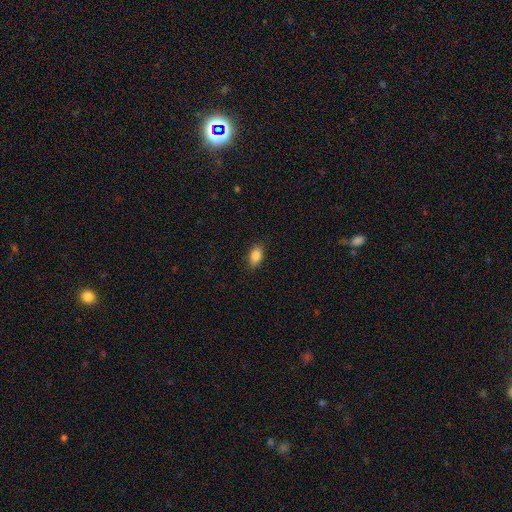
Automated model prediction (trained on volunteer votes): A smooth galaxy with no disk features (86%) that is in between round and cigar-shaped (88%). Merging: none (86%).